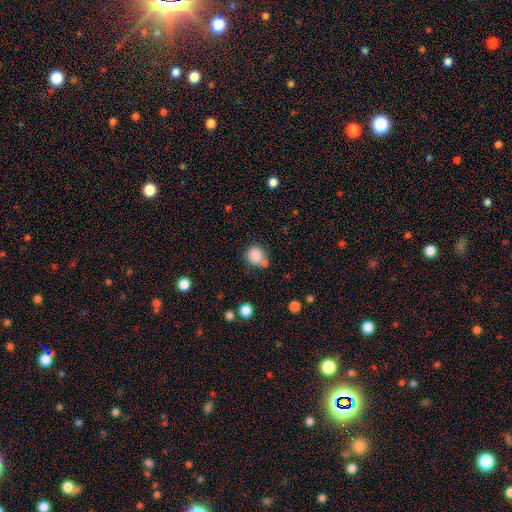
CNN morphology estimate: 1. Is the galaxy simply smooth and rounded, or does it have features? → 85% smooth, 10% star or artifact, 5% featured or disk.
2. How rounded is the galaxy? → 82% round, 18% in between, 1% cigar-shaped.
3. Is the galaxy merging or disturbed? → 60% none, 18% merger, 16% minor disturbance, 5% major disturbance.